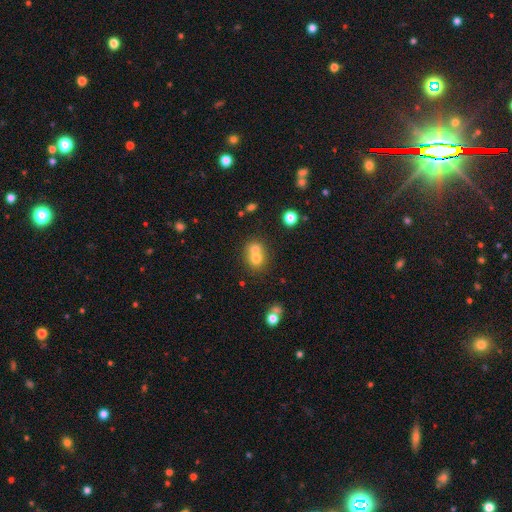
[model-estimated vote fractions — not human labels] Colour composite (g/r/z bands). It shows a smooth galaxy with no disk features (68%) that is round (72%). Merging: merger (61%).